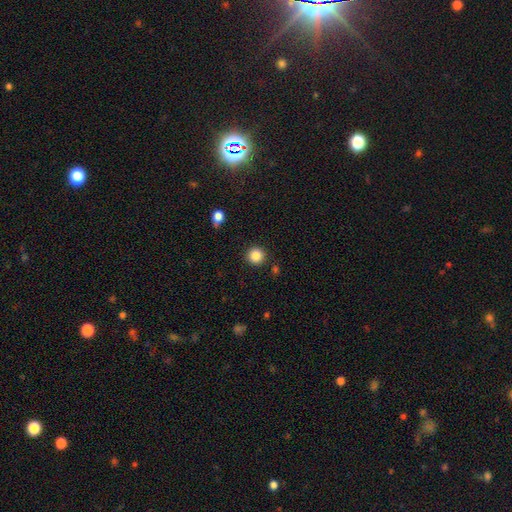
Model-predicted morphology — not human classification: A smooth galaxy with no disk features (86%) that is round (94%). Merging: none (90%).